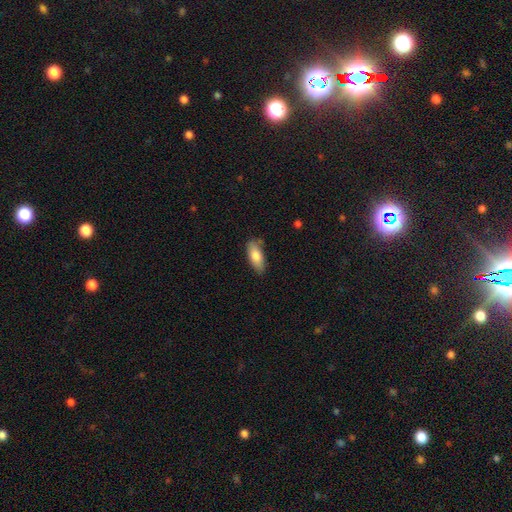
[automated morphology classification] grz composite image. It shows a smooth galaxy with no disk features (81%) that is in between round and cigar-shaped (78%). Merging: none (76%).